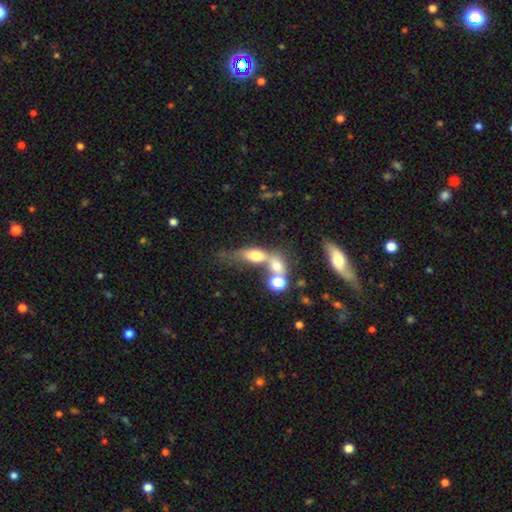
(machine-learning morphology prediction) Overall: smooth (64%). How rounded: in between (61%; round 26%). Merging: merger (57%; none 22%).